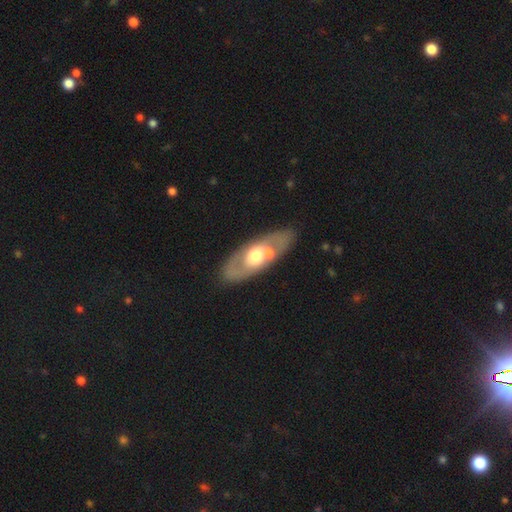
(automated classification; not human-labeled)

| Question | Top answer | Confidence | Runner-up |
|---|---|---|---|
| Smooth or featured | featured or disk | 56% | smooth (39%) |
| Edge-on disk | no | 81% | yes (19%) |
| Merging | none | 68% | merger (15%) |